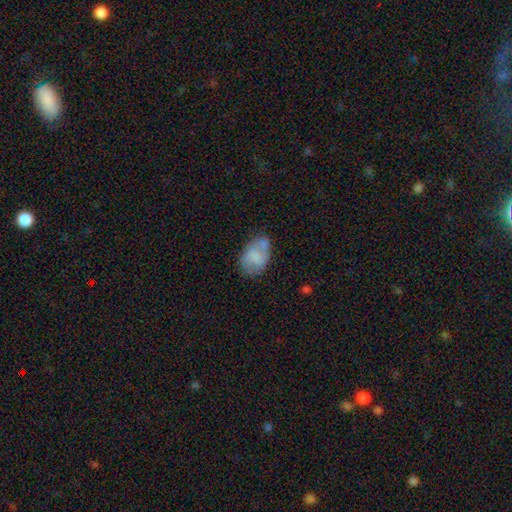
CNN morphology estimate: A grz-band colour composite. It shows a smooth galaxy with no disk features (67%) that is in between round and cigar-shaped (86%). Merging: none (47%).